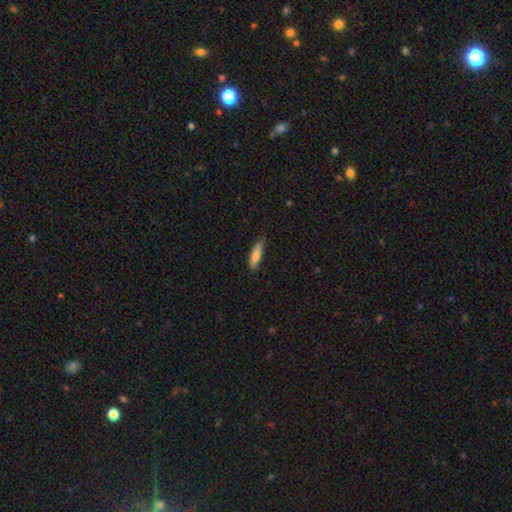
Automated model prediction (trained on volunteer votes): Q: Smooth or featured?
A: smooth (76%); runner-up: featured or disk (17%)
Q: How rounded?
A: cigar-shaped (58%); runner-up: in between (41%)
Q: Merging?
A: none (67%); runner-up: minor disturbance (27%)